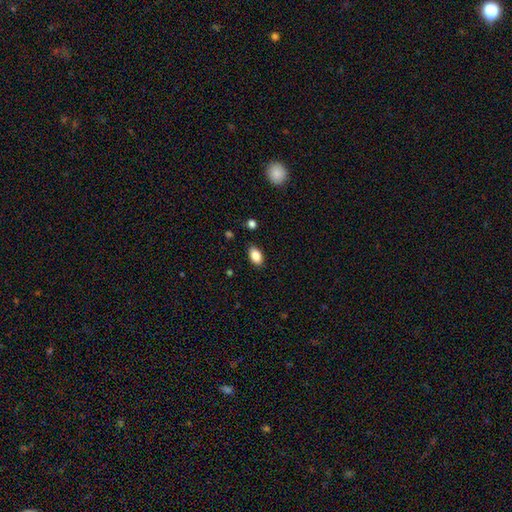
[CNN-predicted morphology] Smooth or featured?
  - smooth: 86% *
  - star or artifact: 8%
  - featured or disk: 6%
How rounded?
  - in between: 91% *
  - round: 7%
  - cigar-shaped: 2%
Merging?
  - none: 86% *
  - minor disturbance: 10%
  - major disturbance: 2%
  - merger: 1%